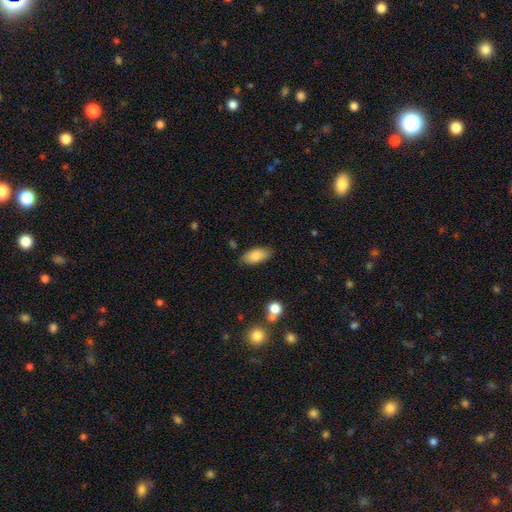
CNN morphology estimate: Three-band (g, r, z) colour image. It shows a smooth galaxy with no disk features (83%) that is in between round and cigar-shaped (89%). Merging: none (82%).